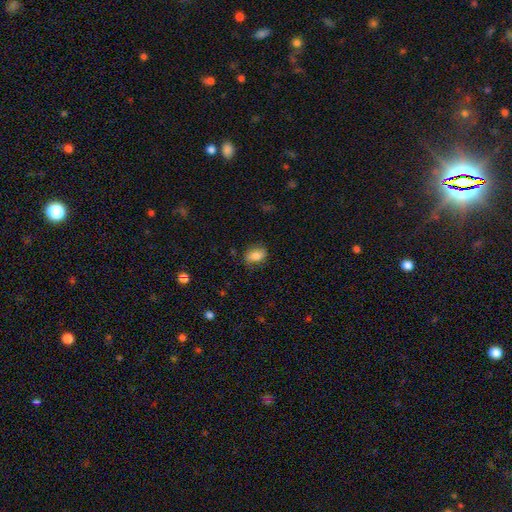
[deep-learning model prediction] smooth-or-featured: smooth: 82% | featured or disk: 10% | star or artifact: 8%
  how-rounded: in between: 82% | round: 15% | cigar-shaped: 2%
  merging: none: 76% | minor disturbance: 18% | major disturbance: 5% | merger: 1%